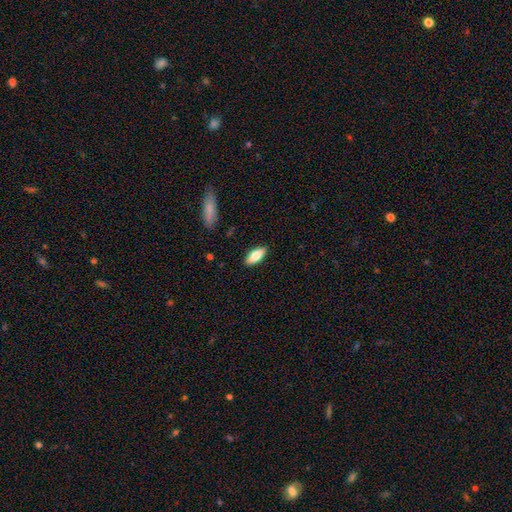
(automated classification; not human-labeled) This appears to be a smooth galaxy with no disk features (78%) that is in between round and cigar-shaped (77%). Merging: none (88%).